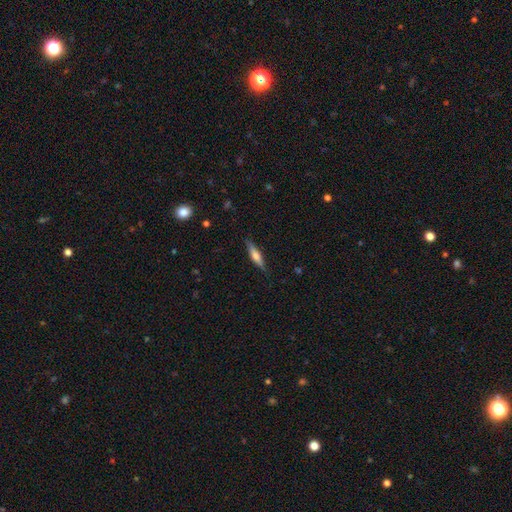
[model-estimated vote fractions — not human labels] smooth_or_featured: smooth (p=0.50) [alt: featured or disk p=0.44]
merging: none (p=0.86) [alt: minor disturbance p=0.11]